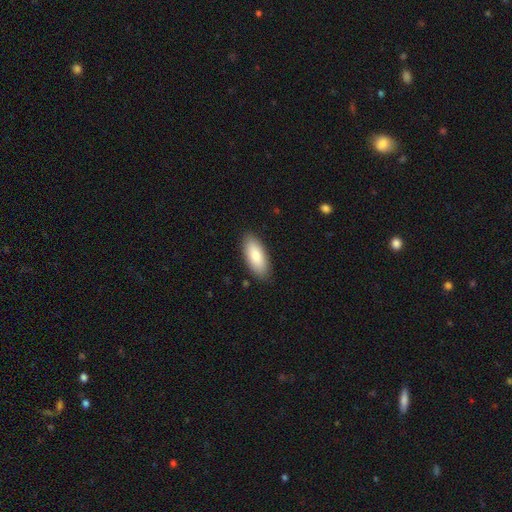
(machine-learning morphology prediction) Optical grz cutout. It shows a smooth galaxy with no disk features (82%) that is in between round and cigar-shaped (85%). Merging: none (88%).